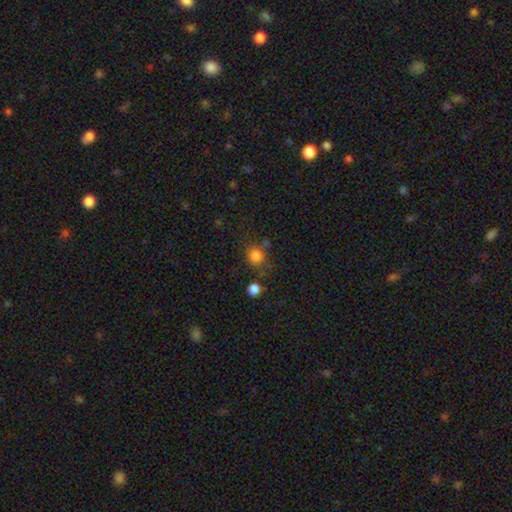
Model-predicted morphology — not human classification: smooth_or_featured: smooth (p=0.82) [alt: star or artifact p=0.13]
how_rounded: round (p=0.85) [alt: in between p=0.14]
merging: none (p=0.71) [alt: minor disturbance p=0.14]